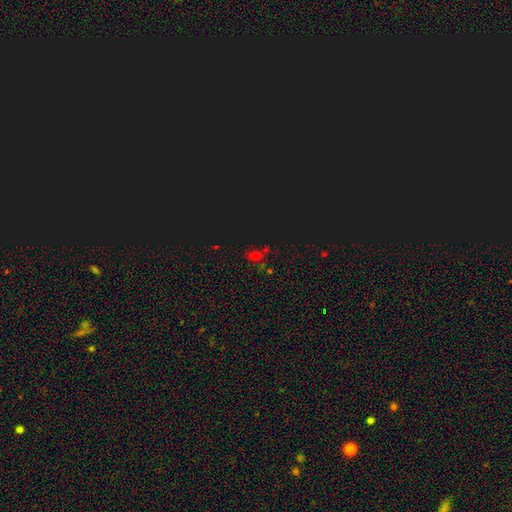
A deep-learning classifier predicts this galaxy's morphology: Smooth or featured? star or artifact (56%)